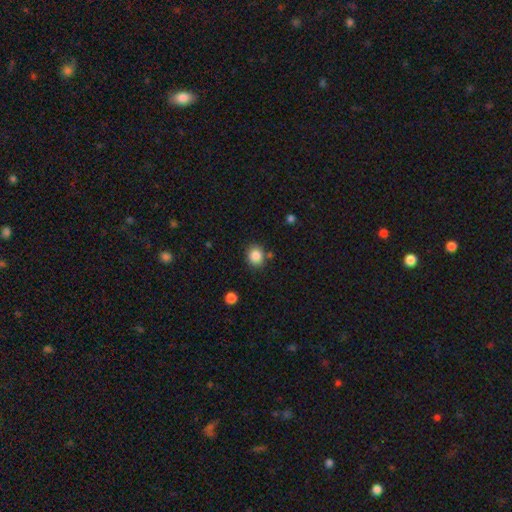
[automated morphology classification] The model was most divided on "how rounded": round: 75%, in between: 24%, cigar-shaped: 1%. More confident: smooth or featured — smooth (85%); merging — none (81%).